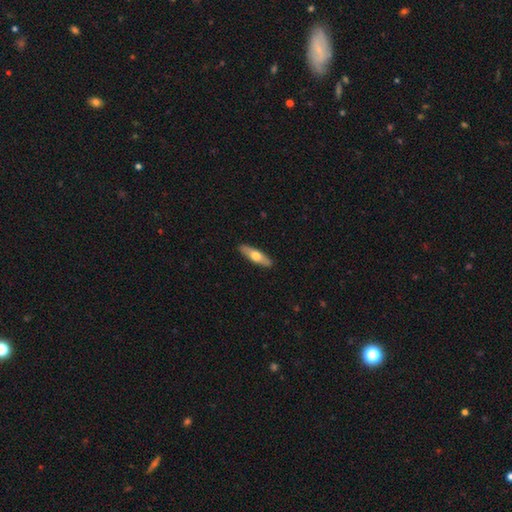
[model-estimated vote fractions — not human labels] Q: Smooth or featured?
A: smooth (56%); runner-up: featured or disk (39%)
Q: How rounded?
A: cigar-shaped (63%); runner-up: in between (35%)
Q: Merging?
A: none (90%); runner-up: minor disturbance (7%)